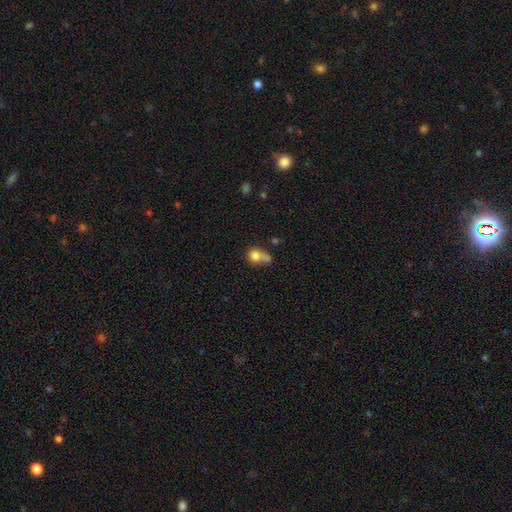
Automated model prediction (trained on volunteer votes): Overall: smooth (77%). How rounded: round (68%; in between 31%). Merging: merger (41%; none 32%).